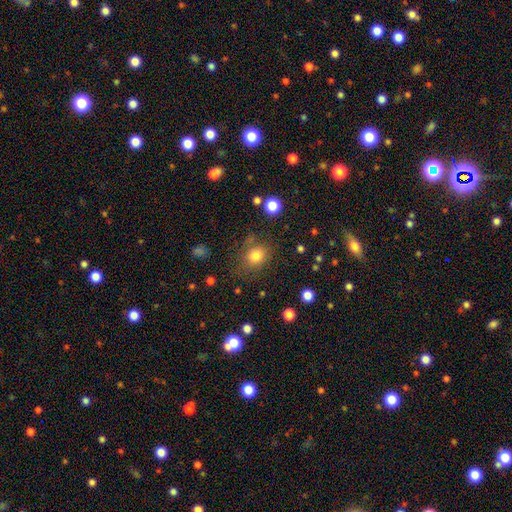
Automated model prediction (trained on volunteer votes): A smooth galaxy with no disk features (80%) that is round (69%). Merging: none (74%).